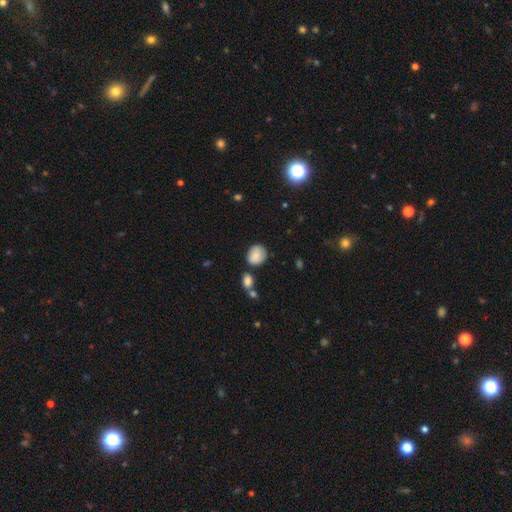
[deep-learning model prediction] smooth_or_featured: smooth (p=0.82) [alt: featured or disk p=0.10]
how_rounded: round (p=0.60) [alt: in between p=0.39]
merging: none (p=0.60) [alt: minor disturbance p=0.25]